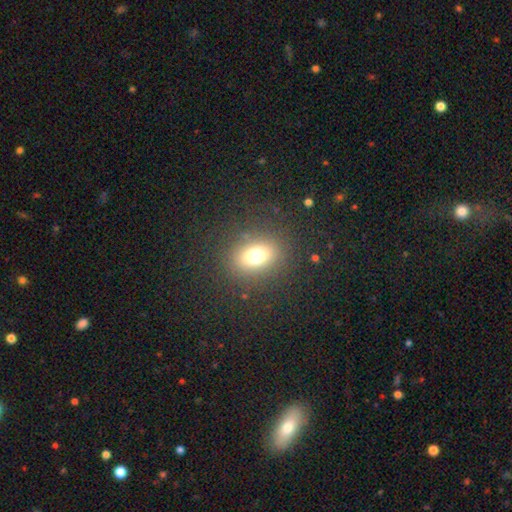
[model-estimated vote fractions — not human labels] Smooth or featured: smooth — 68% (star or artifact — 19%)
How rounded: round — 57% (in between — 41%)
Merging: none — 83% (minor disturbance — 9%)